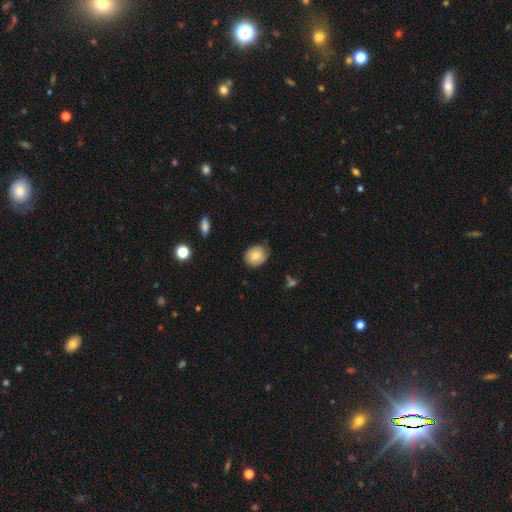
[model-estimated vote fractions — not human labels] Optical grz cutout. It shows a smooth galaxy with no disk features (76%) that is round (71%). Merging: none (76%).